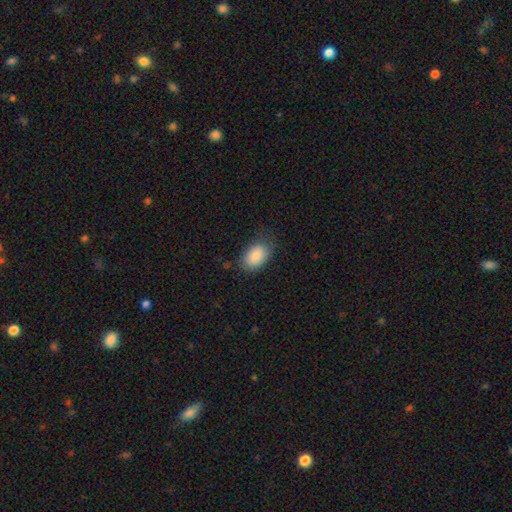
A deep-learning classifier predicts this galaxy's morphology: smooth-or-featured: smooth: 87% | star or artifact: 7% | featured or disk: 6%
  how-rounded: in between: 89% | round: 10% | cigar-shaped: 1%
  merging: none: 68% | minor disturbance: 24% | major disturbance: 7% | merger: 1%